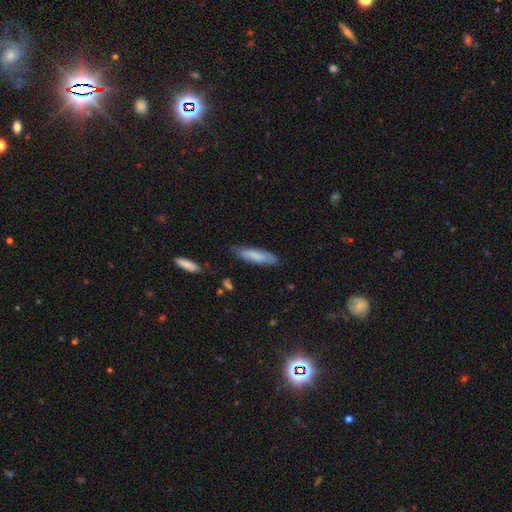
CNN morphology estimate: smooth 73%, featured or disk 21%, star or artifact 6%. Down the decision tree: how rounded — cigar-shaped (68%); merging — none (74%).